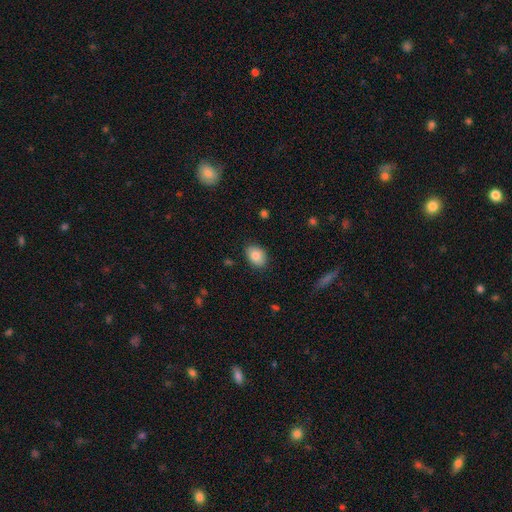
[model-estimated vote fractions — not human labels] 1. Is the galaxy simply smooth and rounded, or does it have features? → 84% smooth, 8% featured or disk, 8% star or artifact.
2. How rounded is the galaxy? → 73% in between, 26% round, 1% cigar-shaped.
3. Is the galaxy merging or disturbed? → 86% none, 11% minor disturbance, 2% major disturbance, 1% merger.